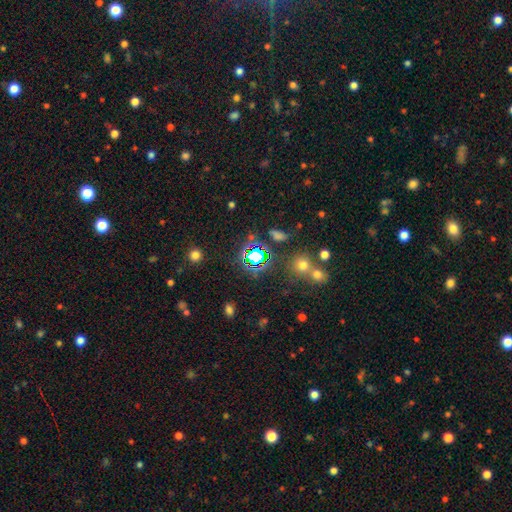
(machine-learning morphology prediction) Smooth or featured? star or artifact (70%)